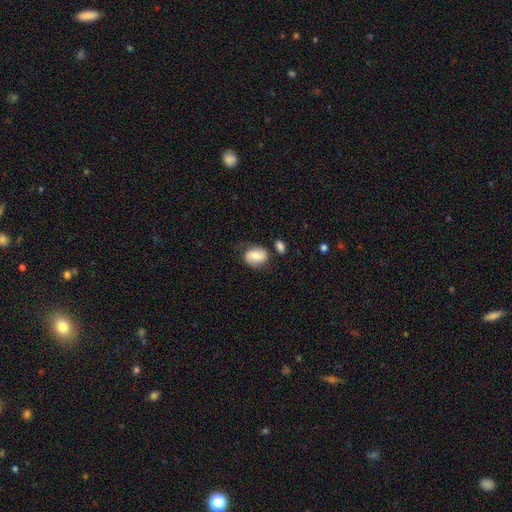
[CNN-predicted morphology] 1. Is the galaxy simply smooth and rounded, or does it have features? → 63% smooth, 29% featured or disk, 8% star or artifact.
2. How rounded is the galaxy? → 68% in between, 31% round, 1% cigar-shaped.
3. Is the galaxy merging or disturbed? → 62% none, 23% minor disturbance, 8% merger, 7% major disturbance.